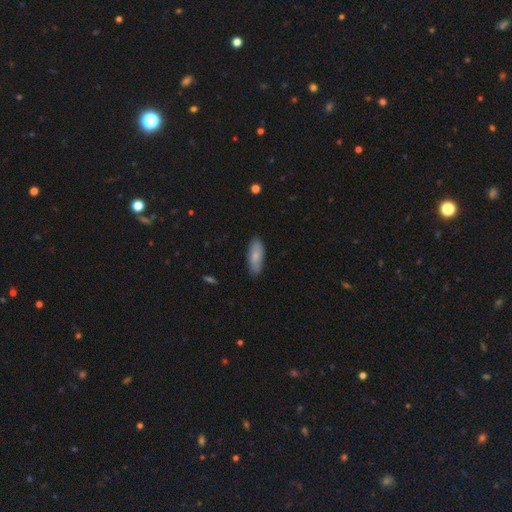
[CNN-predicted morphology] A smooth galaxy with no disk features (80%) that is in between round and cigar-shaped (74%).

Vote fractions:
- Smooth or featured? smooth: 80% / featured or disk: 15% / star or artifact: 6%
- How rounded? in between: 74% / cigar-shaped: 24% / round: 2%
- Merging? none: 85% / minor disturbance: 11% / major disturbance: 2% / merger: 1%